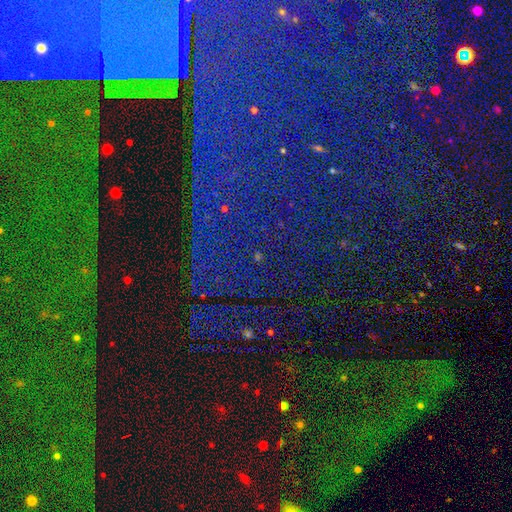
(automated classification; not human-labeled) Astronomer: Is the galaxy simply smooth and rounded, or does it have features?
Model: star or artifact — 83%.